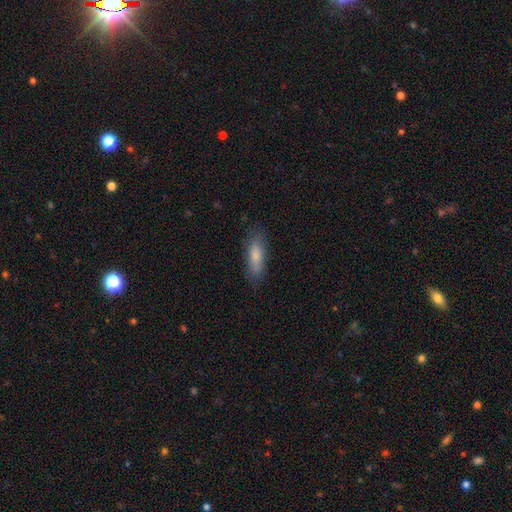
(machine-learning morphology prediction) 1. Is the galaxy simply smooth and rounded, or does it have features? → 78% smooth, 16% featured or disk, 6% star or artifact.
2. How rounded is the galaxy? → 55% in between, 43% cigar-shaped, 2% round.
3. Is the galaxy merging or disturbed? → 77% none, 17% minor disturbance, 4% major disturbance, 1% merger.